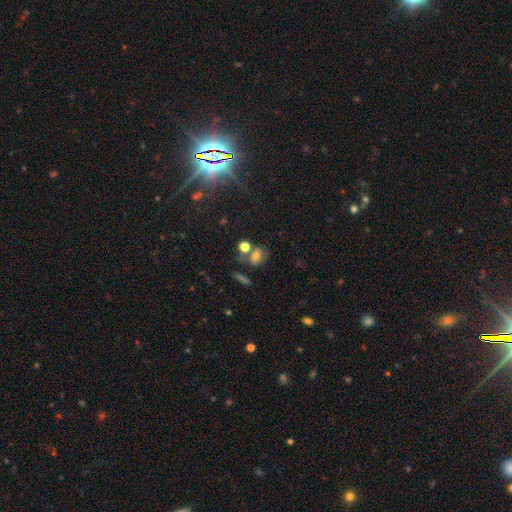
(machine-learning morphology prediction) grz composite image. It shows a smooth galaxy with no disk features (65%) that is in between round and cigar-shaped (63%). Merging: none (49%).